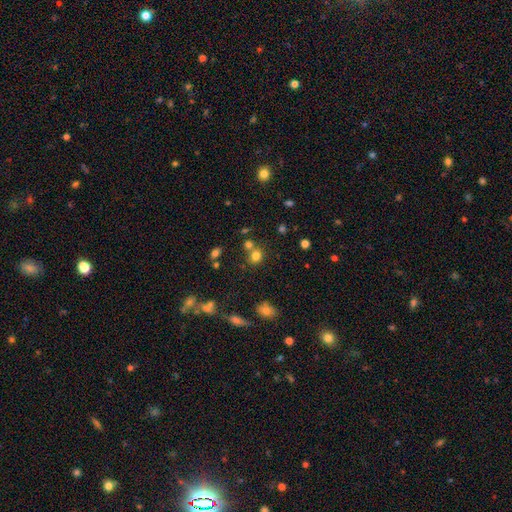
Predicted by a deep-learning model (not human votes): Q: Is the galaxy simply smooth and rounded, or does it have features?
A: smooth — 75%.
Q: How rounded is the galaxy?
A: round — 81%.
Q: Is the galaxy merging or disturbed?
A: none — 59%.